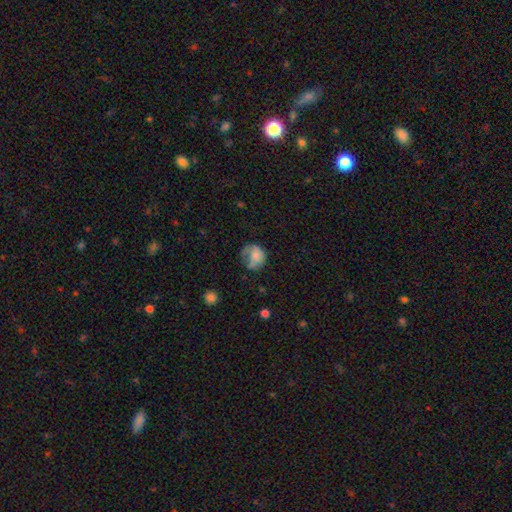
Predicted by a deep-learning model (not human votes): smooth-or-featured: smooth: 65% | featured or disk: 26% | star or artifact: 9%
  how-rounded: round: 61% | in between: 38% | cigar-shaped: 1%
  merging: major disturbance: 37% | none: 30% | minor disturbance: 28% | merger: 4%